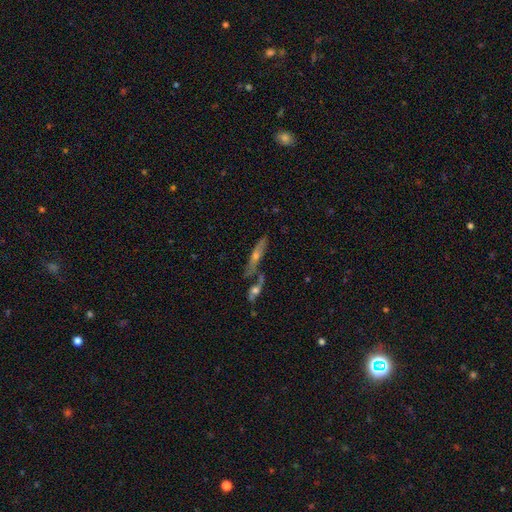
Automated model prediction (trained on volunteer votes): Smooth or featured?
  - featured or disk: 62% *
  - smooth: 27%
  - star or artifact: 10%
Edge-on disk?
  - yes: 78% *
  - no: 22%
Merging?
  - none: 53% *
  - merger: 30%
  - minor disturbance: 12%
  - major disturbance: 5%